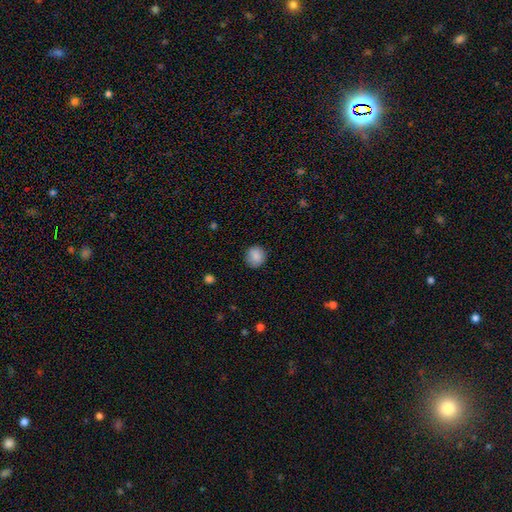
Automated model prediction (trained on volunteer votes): Morphology: type=smooth (87%); roundness=round (90%); merging=none (88%).